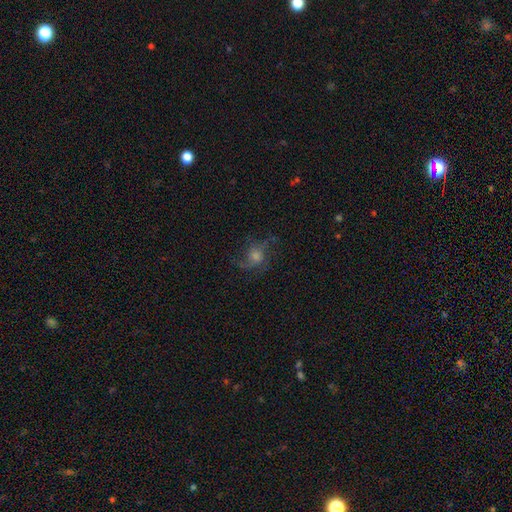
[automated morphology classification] Smooth or featured: featured or disk — 60% (smooth — 22%)
Edge-on disk: no — 96% (yes — 4%)
Bar: no — 74% (weak — 22%)
Spiral arms: yes — 88% (no — 12%)
Spiral winding: loose — 50% (medium — 40%)
Spiral arm count: 2 — 42% (3 — 22%)
Bulge size: moderate — 48% (small — 29%)
Merging: none — 65% (minor disturbance — 17%)